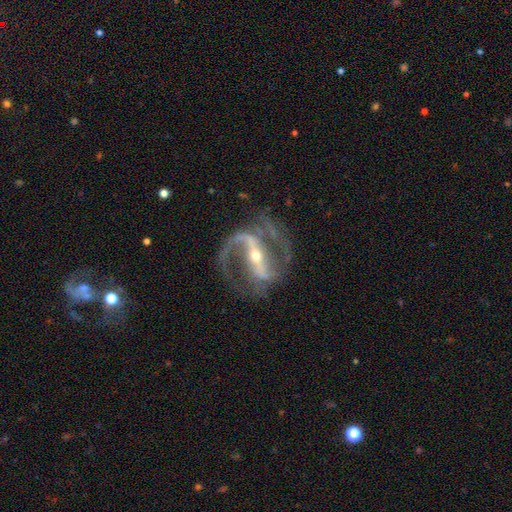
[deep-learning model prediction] Q: Smooth or featured?
A: featured or disk (92%); runner-up: star or artifact (5%)
Q: Edge-on disk?
A: no (95%); runner-up: yes (5%)
Q: Bar?
A: strong (75%); runner-up: weak (17%)
Q: Spiral arms?
A: yes (97%); runner-up: no (3%)
Q: Spiral winding?
A: medium (55%); runner-up: loose (28%)
Q: Spiral arm count?
A: 2 (91%); runner-up: 3 (2%)
Q: Bulge size?
A: small (62%); runner-up: moderate (35%)
Q: Merging?
A: none (72%); runner-up: minor disturbance (15%)